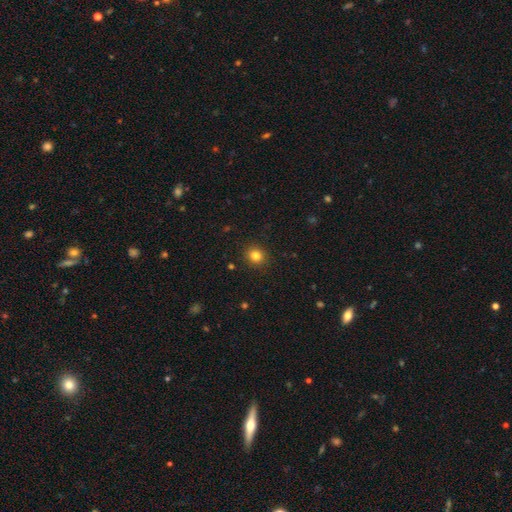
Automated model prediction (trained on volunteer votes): Smooth or featured?
  - smooth: 82% *
  - star or artifact: 13%
  - featured or disk: 6%
How rounded?
  - round: 88% *
  - in between: 11%
  - cigar-shaped: 1%
Merging?
  - none: 91% *
  - minor disturbance: 6%
  - major disturbance: 2%
  - merger: 1%